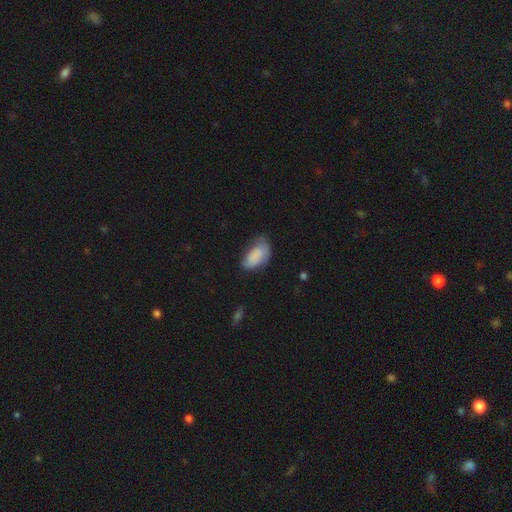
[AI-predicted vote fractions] Morphology: type=smooth (76%); roundness=in between (93%); merging=none (44%).